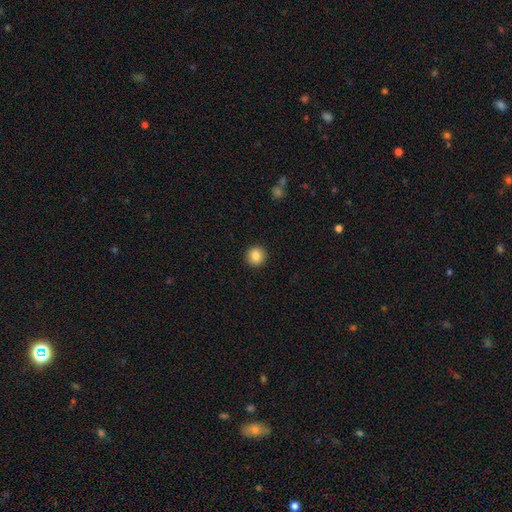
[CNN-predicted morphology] smooth_or_featured: smooth (p=0.86) [alt: star or artifact p=0.09]
how_rounded: round (p=0.94) [alt: in between p=0.05]
merging: none (p=0.93) [alt: minor disturbance p=0.05]